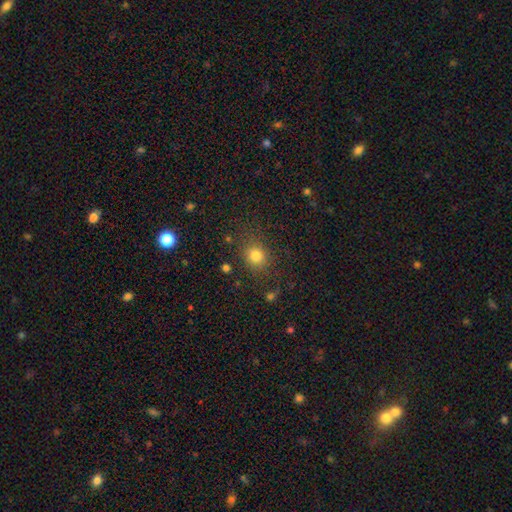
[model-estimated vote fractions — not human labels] This appears to be a smooth galaxy with no disk features (79%) that is round (76%). Merging: none (81%).